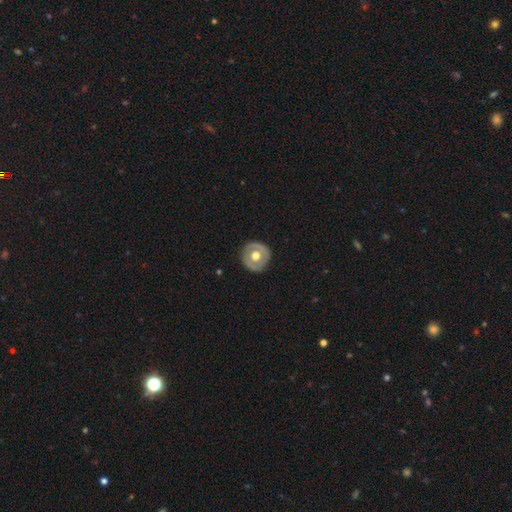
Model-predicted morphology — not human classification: type=smooth (48%); merging=none (88%).